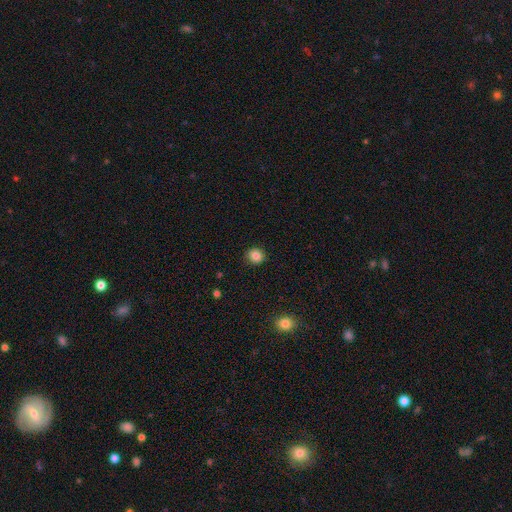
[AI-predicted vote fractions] Q: Smooth or featured?
A: smooth (85%); runner-up: star or artifact (10%)
Q: How rounded?
A: round (83%); runner-up: in between (16%)
Q: Merging?
A: none (89%); runner-up: minor disturbance (8%)